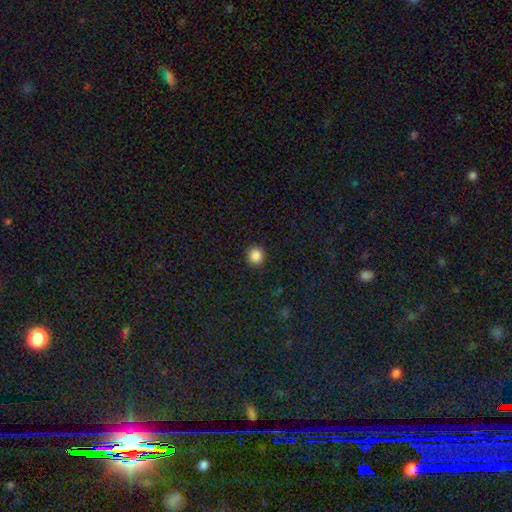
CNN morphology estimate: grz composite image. It shows a smooth galaxy with no disk features (87%) that is round (89%). Merging: none (91%).